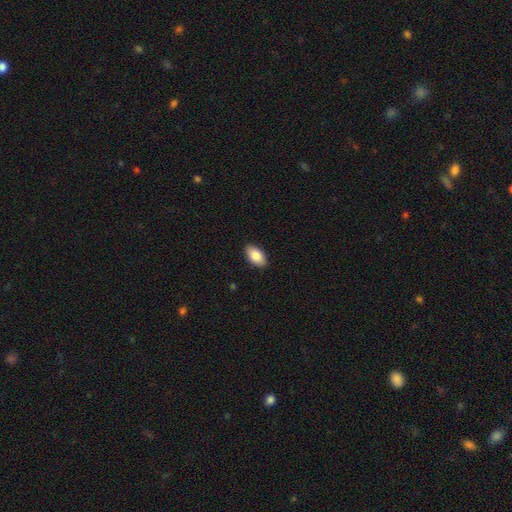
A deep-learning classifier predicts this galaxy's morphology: A smooth galaxy with no disk features (85%) that is in between round and cigar-shaped (94%). Merging: none (90%).